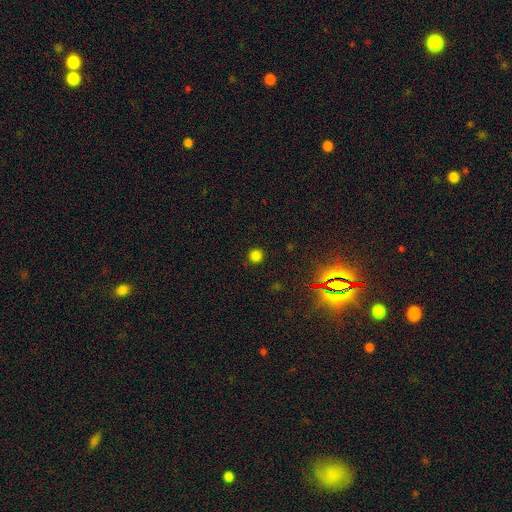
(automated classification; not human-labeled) Smooth or featured: smooth — 78% (star or artifact — 18%)
How rounded: round — 95% (in between — 4%)
Merging: none — 90% (minor disturbance — 6%)